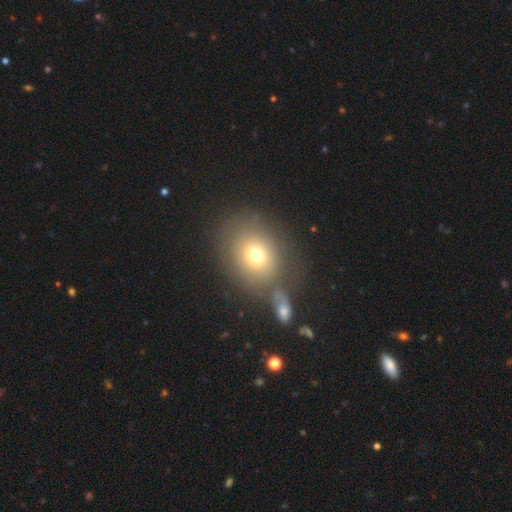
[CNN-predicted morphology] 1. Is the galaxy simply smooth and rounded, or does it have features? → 71% smooth, 16% featured or disk, 13% star or artifact.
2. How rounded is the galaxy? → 61% round, 38% in between, 1% cigar-shaped.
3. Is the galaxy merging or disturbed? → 58% none, 21% merger, 13% minor disturbance, 8% major disturbance.